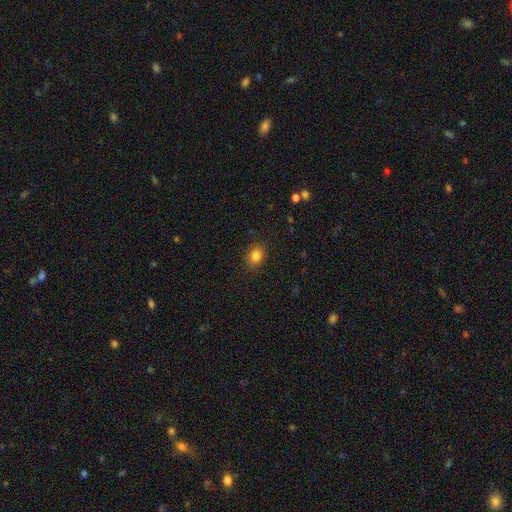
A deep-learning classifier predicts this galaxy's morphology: smooth-or-featured: smooth: 83% | star or artifact: 11% | featured or disk: 6%
  how-rounded: in between: 52% | round: 47% | cigar-shaped: 1%
  merging: none: 88% | minor disturbance: 8% | major disturbance: 2% | merger: 1%